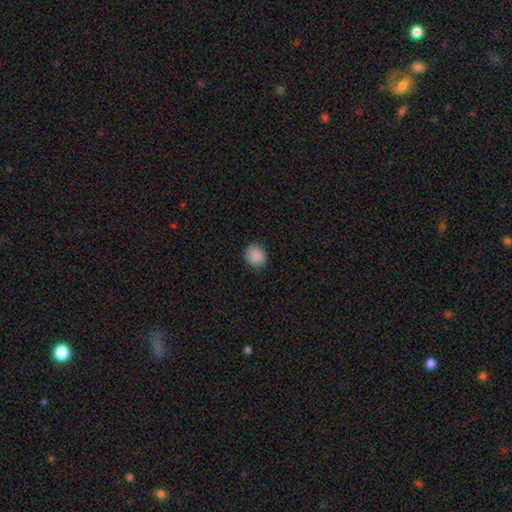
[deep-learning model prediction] Smooth or featured: smooth — 88% (star or artifact — 8%)
How rounded: round — 70% (in between — 29%)
Merging: none — 86% (minor disturbance — 11%)